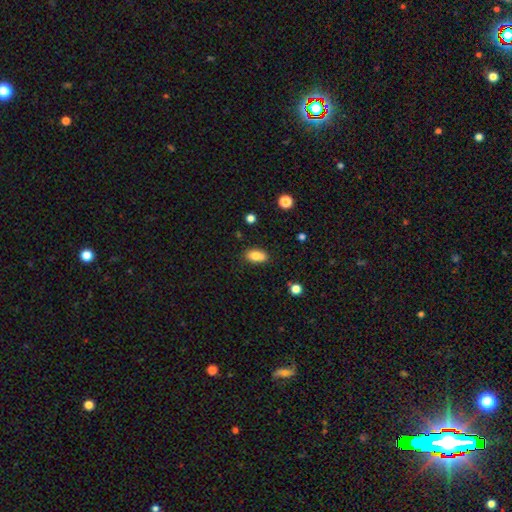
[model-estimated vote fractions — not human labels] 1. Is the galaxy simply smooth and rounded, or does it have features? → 78% smooth, 13% featured or disk, 9% star or artifact.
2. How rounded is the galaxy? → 86% in between, 11% round, 4% cigar-shaped.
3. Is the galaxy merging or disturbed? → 57% none, 21% merger, 18% minor disturbance, 4% major disturbance.